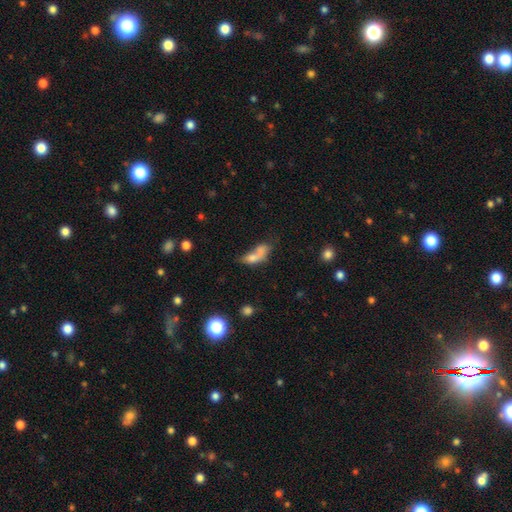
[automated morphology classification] smooth_or_featured: smooth (p=0.68) [alt: featured or disk p=0.20]
how_rounded: in between (p=0.70) [alt: round p=0.15]
merging: merger (p=0.58) [alt: none p=0.19]